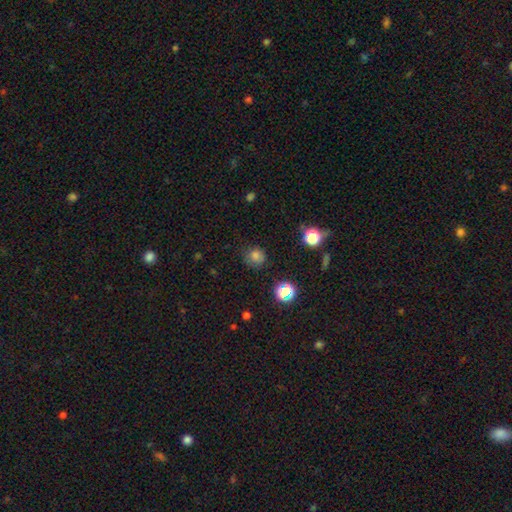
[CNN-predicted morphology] A smooth galaxy with no disk features (75%) that is round (87%). Merging: none (78%).